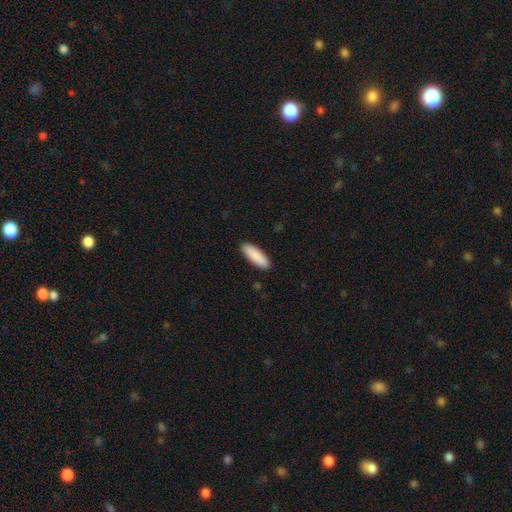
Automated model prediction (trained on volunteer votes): smooth-or-featured: smooth: 89% | star or artifact: 5% | featured or disk: 5%
  how-rounded: cigar-shaped: 52% | in between: 47% | round: 1%
  merging: none: 91% | minor disturbance: 7% | major disturbance: 1% | merger: 1%